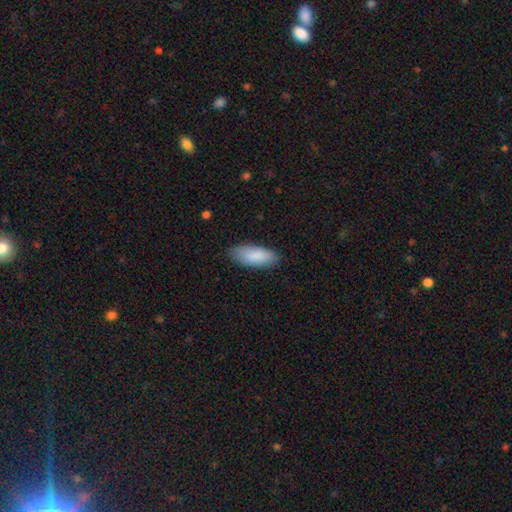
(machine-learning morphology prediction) type=smooth (87%); roundness=in between (80%); merging=none (82%).